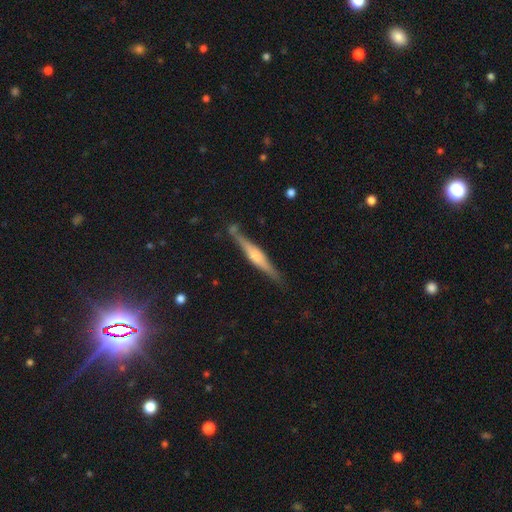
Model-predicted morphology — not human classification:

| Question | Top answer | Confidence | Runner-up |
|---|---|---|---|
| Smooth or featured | featured or disk | 70% | smooth (24%) |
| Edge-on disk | yes | 97% | no (3%) |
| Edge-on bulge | rounded | 78% | boxy (14%) |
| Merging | none | 83% | minor disturbance (12%) |